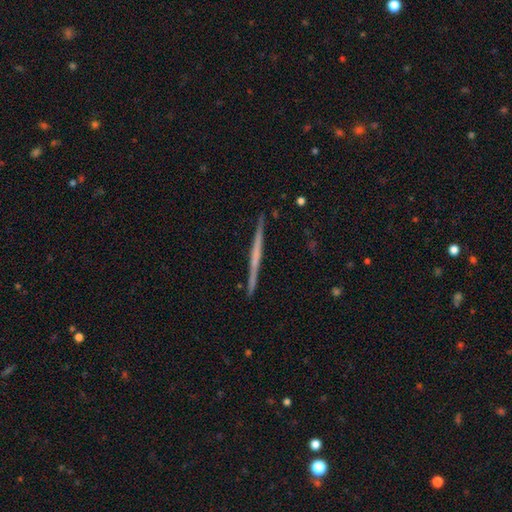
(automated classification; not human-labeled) A featured or disk galaxy (67%) viewed edge-on (98%) with no central bulge (79%).

Vote fractions:
- Smooth or featured? featured or disk: 67% / smooth: 28% / star or artifact: 6%
- Edge-on disk? yes: 98% / no: 2%
- Edge-on bulge? none: 79% / rounded: 15% / boxy: 6%
- Merging? none: 92% / minor disturbance: 5% / major disturbance: 1% / merger: 1%